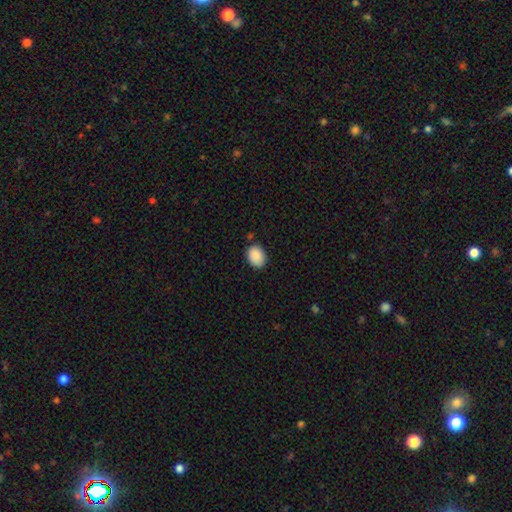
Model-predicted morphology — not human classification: smooth-or-featured: smooth: 90% | star or artifact: 7% | featured or disk: 3%
  how-rounded: in between: 68% | round: 31% | cigar-shaped: 1%
  merging: none: 84% | minor disturbance: 12% | major disturbance: 2% | merger: 2%